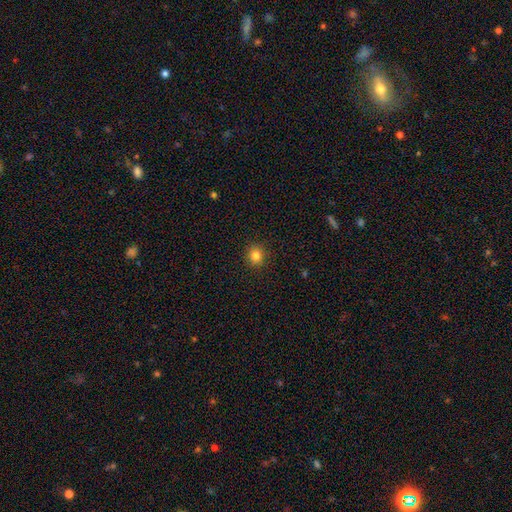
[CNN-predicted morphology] Overall: smooth (82%). How rounded: round (85%). Merging: none (92%).